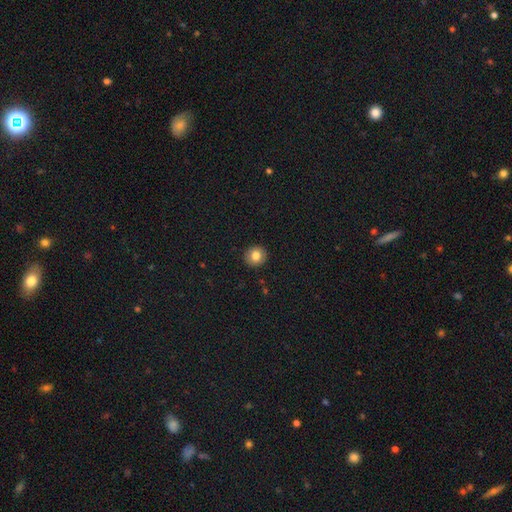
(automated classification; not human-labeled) Smooth or featured? smooth (80%)
How rounded? round (91%)
Merging? none (92%)